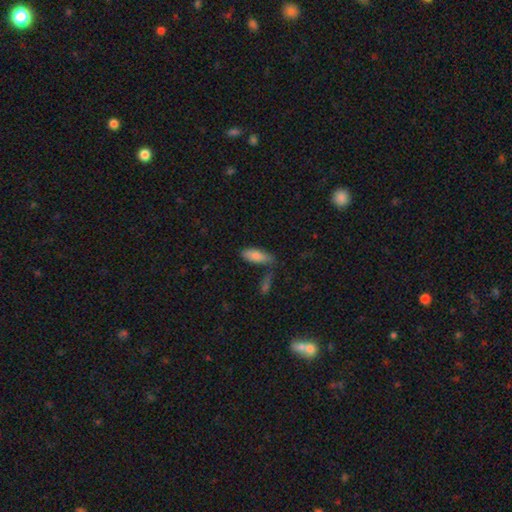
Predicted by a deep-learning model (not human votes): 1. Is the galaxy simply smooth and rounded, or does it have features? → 80% smooth, 12% featured or disk, 8% star or artifact.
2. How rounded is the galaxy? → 68% in between, 30% cigar-shaped, 2% round.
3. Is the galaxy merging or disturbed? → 64% none, 18% minor disturbance, 12% merger, 5% major disturbance.